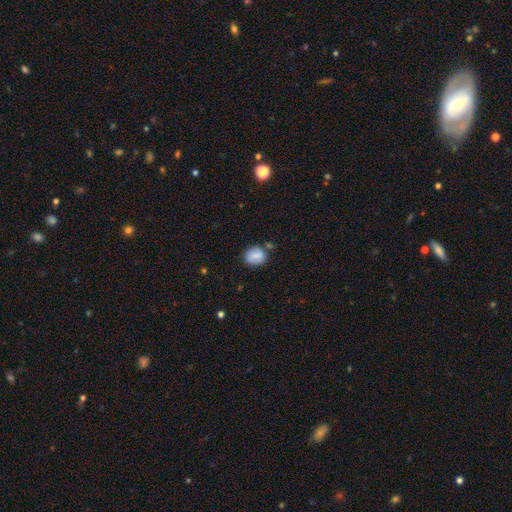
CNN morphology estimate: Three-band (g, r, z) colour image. It shows a smooth galaxy with no disk features (76%) that is round (68%). Merging: none (72%).